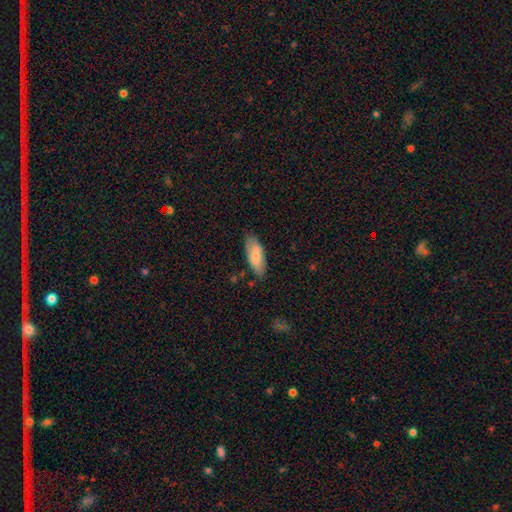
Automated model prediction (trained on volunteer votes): Morphology: type=smooth (73%); roundness=in between (76%); merging=none (79%).